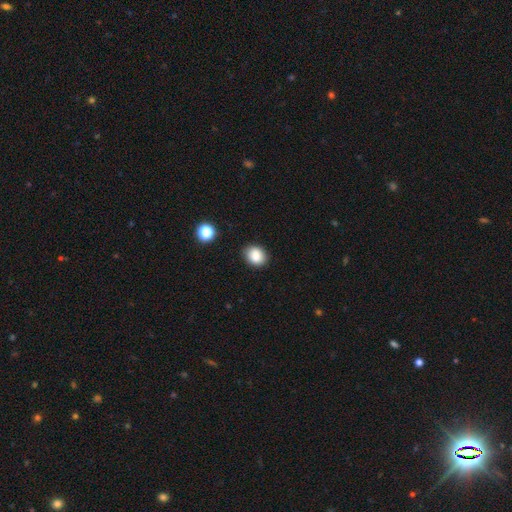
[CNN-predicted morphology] A smooth galaxy with no disk features (86%) that is round (54%). Merging: none (85%).